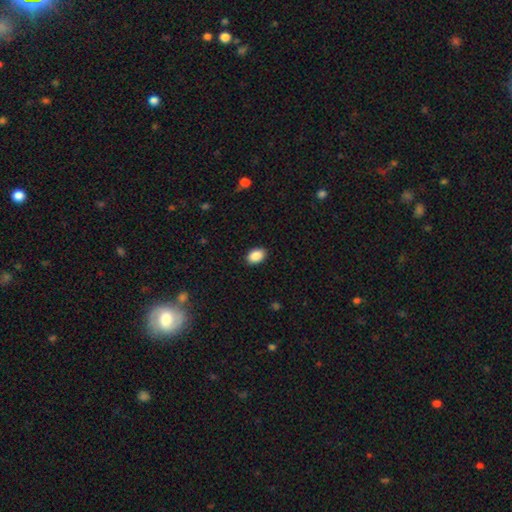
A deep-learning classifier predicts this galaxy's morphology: Smooth or featured?
  - smooth: 89% *
  - star or artifact: 8%
  - featured or disk: 3%
How rounded?
  - in between: 85% *
  - round: 14%
  - cigar-shaped: 1%
Merging?
  - none: 89% *
  - minor disturbance: 8%
  - major disturbance: 2%
  - merger: 1%